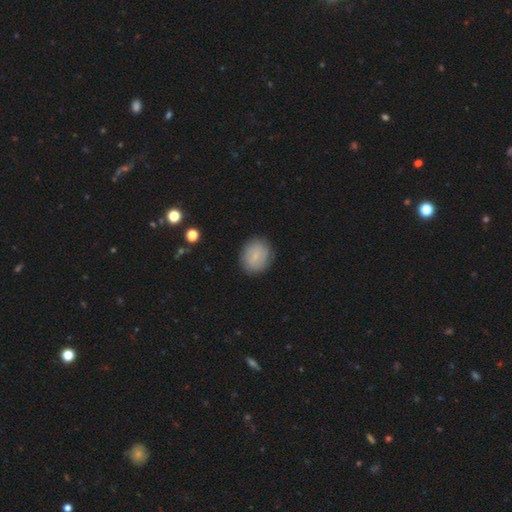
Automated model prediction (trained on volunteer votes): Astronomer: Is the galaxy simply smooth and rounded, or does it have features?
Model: smooth — 75%.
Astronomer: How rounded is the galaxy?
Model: round — 69%.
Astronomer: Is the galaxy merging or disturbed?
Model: none — 86%.